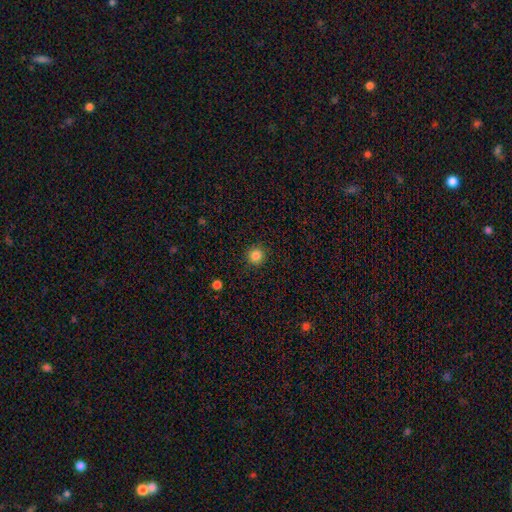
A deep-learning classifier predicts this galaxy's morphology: Smooth or featured: smooth — 84% (star or artifact — 12%)
How rounded: round — 94% (in between — 5%)
Merging: none — 91% (minor disturbance — 6%)